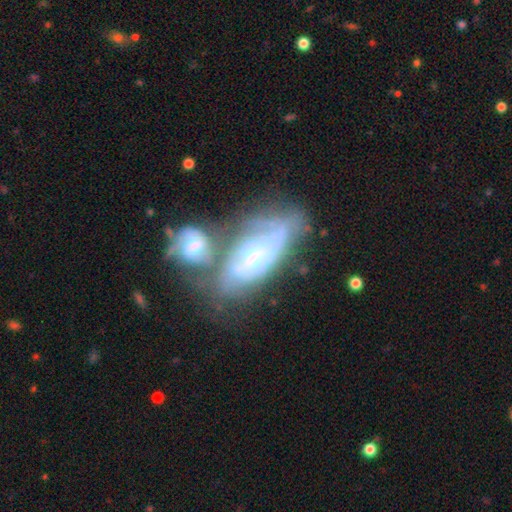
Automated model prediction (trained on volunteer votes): smooth-or-featured: featured or disk: 73% | smooth: 20% | star or artifact: 7%
  disk-edge-on: no: 89% | yes: 11%
    bar: no: 47% | weak: 39% | strong: 14%
    has-spiral-arms: yes: 82% | no: 18%
      spiral-winding: tight: 55% | medium: 32% | loose: 13%
      spiral-arm-count: can't tell: 51% | 2: 29% | 3: 8% | 1: 6% | 4: 3% | more than 4: 2%
    bulge-size: small: 56% | moderate: 38% | none: 3% | large: 3% | dominant: 1%
  merging: merger: 51% | none: 25% | minor disturbance: 14% | major disturbance: 10%